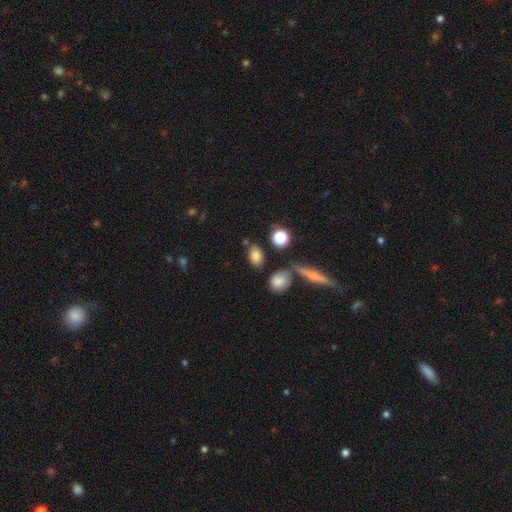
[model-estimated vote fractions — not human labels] This is clearly a smooth galaxy (81%). How rounded: likely in between (80%). Merging: likely none (74%).